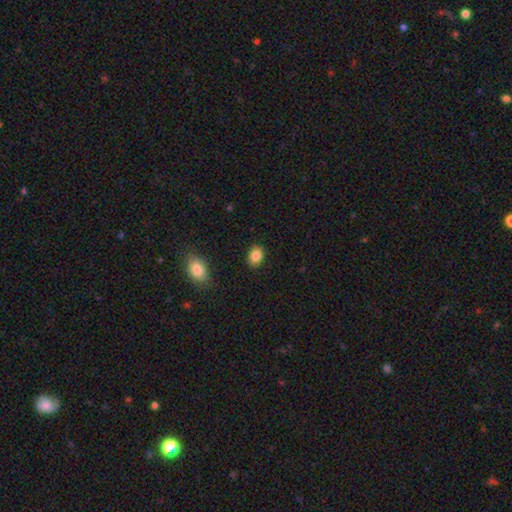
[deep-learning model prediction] Smooth or featured? smooth (86%)
How rounded? in between (79%)
Merging? none (88%)